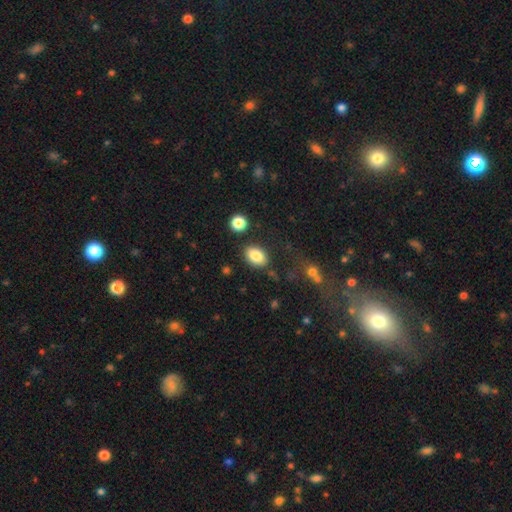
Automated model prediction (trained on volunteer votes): A smooth galaxy with no disk features (86%) that is in between round and cigar-shaped (84%).

Vote fractions:
- Smooth or featured? smooth: 86% / star or artifact: 8% / featured or disk: 6%
- How rounded? in between: 84% / round: 15% / cigar-shaped: 1%
- Merging? none: 81% / minor disturbance: 11% / merger: 4% / major disturbance: 4%